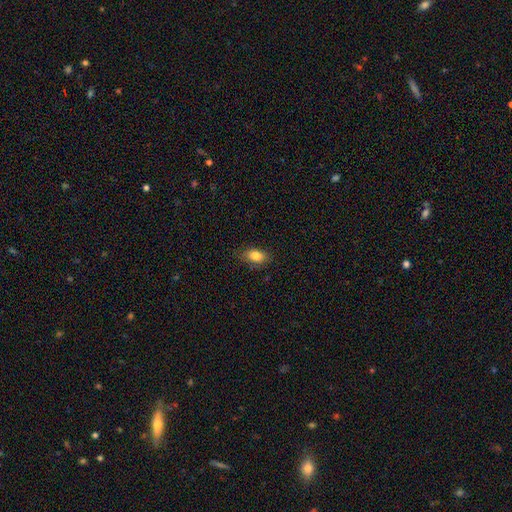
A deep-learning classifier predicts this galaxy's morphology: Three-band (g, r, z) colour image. It shows a smooth galaxy with no disk features (84%) that is in between round and cigar-shaped (86%). Merging: none (79%).